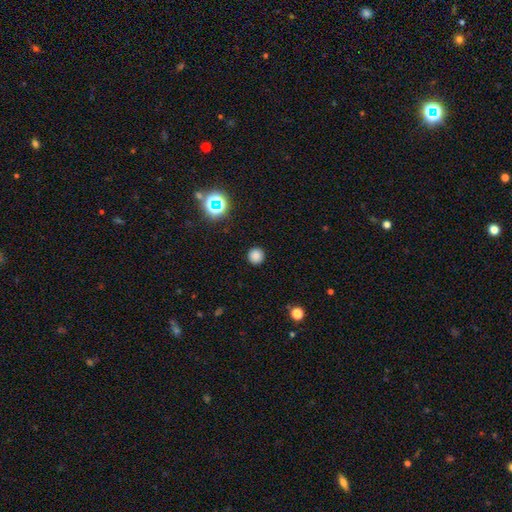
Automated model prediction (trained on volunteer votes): smooth 82%, star or artifact 15%, featured or disk 3%. Down the decision tree: how rounded — round (95%); merging — none (92%).